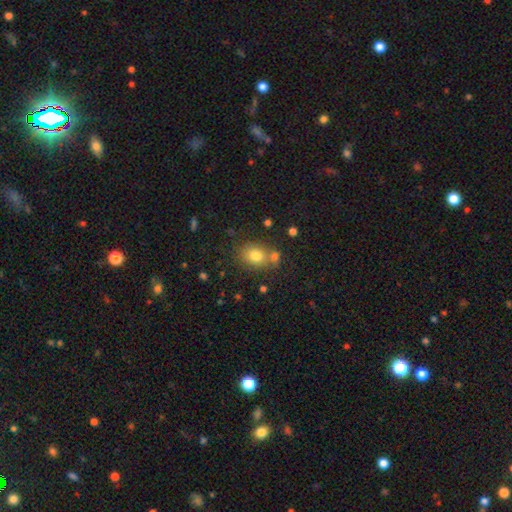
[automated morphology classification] Q: Smooth or featured?
A: smooth (77%); runner-up: star or artifact (12%)
Q: How rounded?
A: in between (56%); runner-up: round (43%)
Q: Merging?
A: none (63%); runner-up: merger (21%)